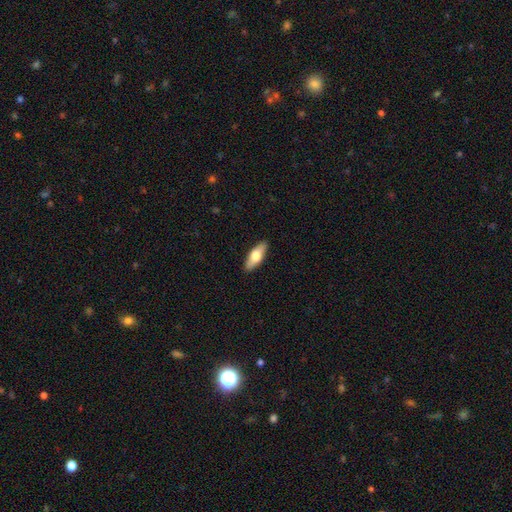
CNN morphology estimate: Smooth or featured? Predicted: smooth (p=0.65). How rounded? Predicted: in between (p=0.66). Merging? Predicted: none (p=0.90).